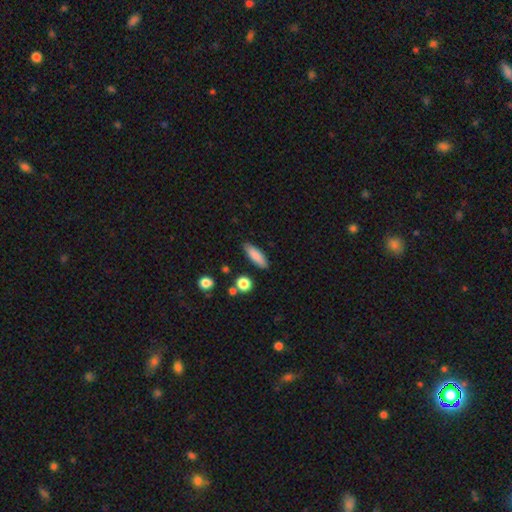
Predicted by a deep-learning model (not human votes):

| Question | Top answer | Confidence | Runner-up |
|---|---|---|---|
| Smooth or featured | smooth | 84% | featured or disk (9%) |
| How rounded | cigar-shaped | 51% | in between (47%) |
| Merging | none | 85% | minor disturbance (10%) |